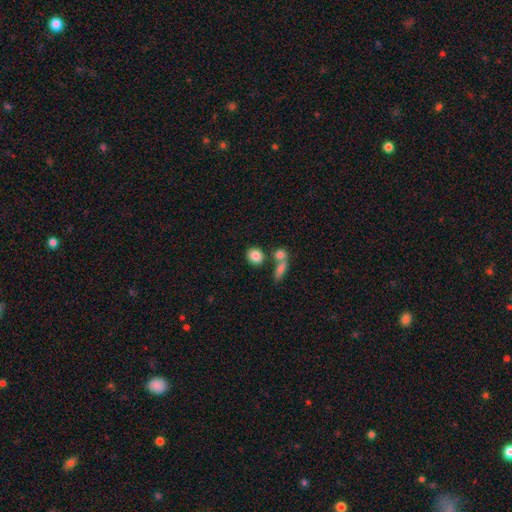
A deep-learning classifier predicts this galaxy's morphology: Smooth or featured: smooth — 83% (star or artifact — 9%)
How rounded: round — 68% (in between — 30%)
Merging: none — 65% (merger — 21%)